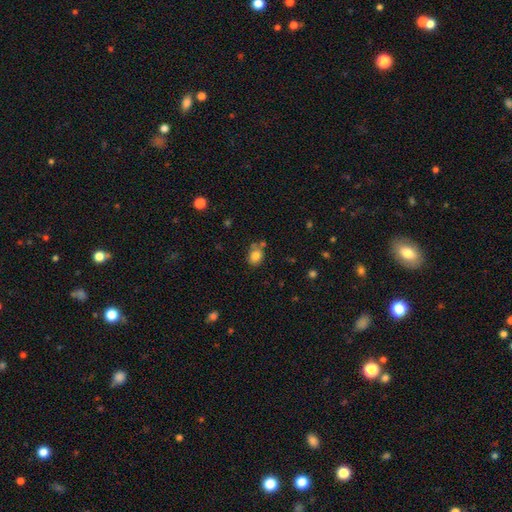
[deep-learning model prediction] Overall: smooth (82%). How rounded: in between (50%; round 49%). Merging: none (66%).